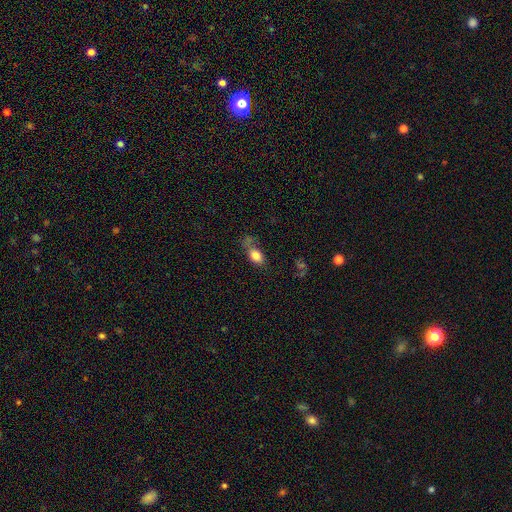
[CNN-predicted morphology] A smooth galaxy with no disk features (80%) that is in between round and cigar-shaped (81%). Merging: none (48%).